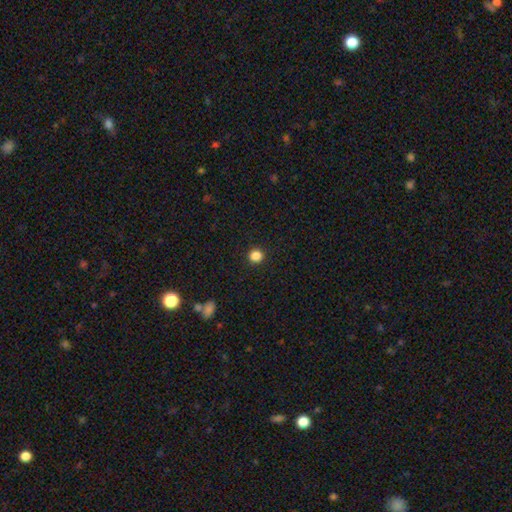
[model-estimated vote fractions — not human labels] The model was most divided on "smooth or featured": smooth: 85%, star or artifact: 12%, featured or disk: 3%. More confident: how rounded — round (93%); merging — none (93%).